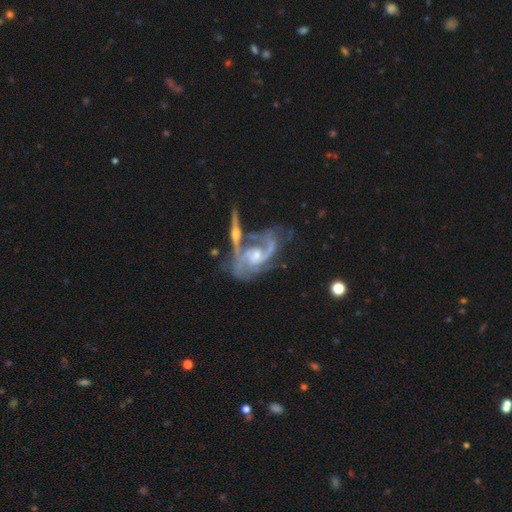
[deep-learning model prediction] smooth_or_featured: featured or disk (p=0.88) [alt: smooth p=0.06]
disk_edge_on: no (p=0.93) [alt: yes p=0.07]
bar: no (p=0.50) [alt: weak p=0.39]
has_spiral_arms: yes (p=0.95) [alt: no p=0.05]
spiral_winding: medium (p=0.49) [alt: tight p=0.31]
spiral_arm_count: 2 (p=0.64) [alt: can't tell p=0.15]
bulge_size: moderate (p=0.45) [tied with: small p=0.45]
merging: merger (p=0.37) [alt: none p=0.31]